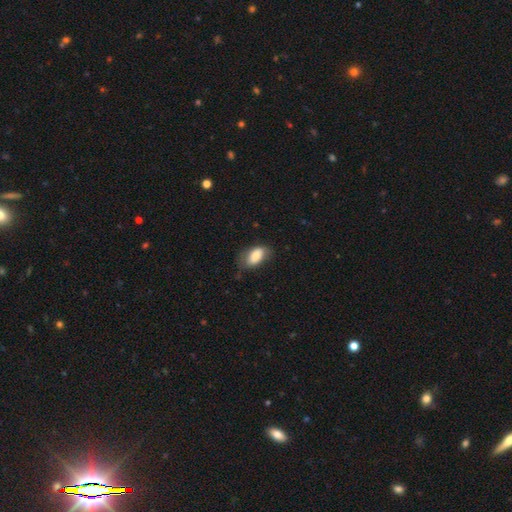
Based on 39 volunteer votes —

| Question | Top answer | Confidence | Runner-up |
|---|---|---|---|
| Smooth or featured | smooth | 85% | featured or disk (13%) |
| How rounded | in between | 97% | round (3%) |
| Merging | none | 71% | minor disturbance (24%) |